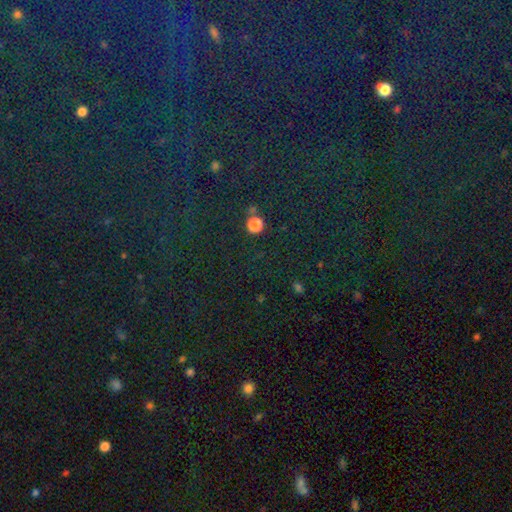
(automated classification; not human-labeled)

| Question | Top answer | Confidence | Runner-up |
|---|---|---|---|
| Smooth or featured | star or artifact | 82% | smooth (11%) |